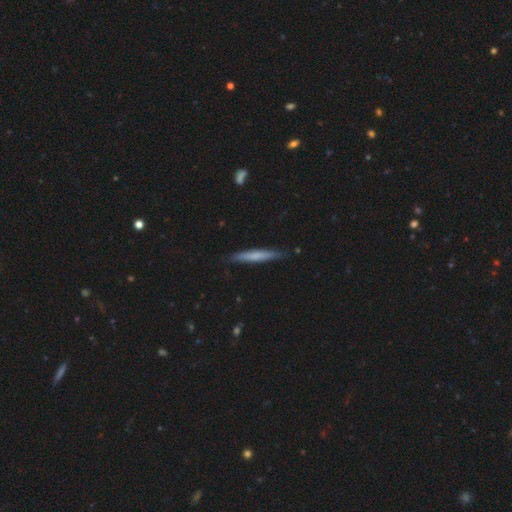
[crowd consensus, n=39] Smooth or featured? 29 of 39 (74%) said smooth. How rounded? 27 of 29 (93%) said cigar-shaped. Merging? 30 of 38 (79%) said none.